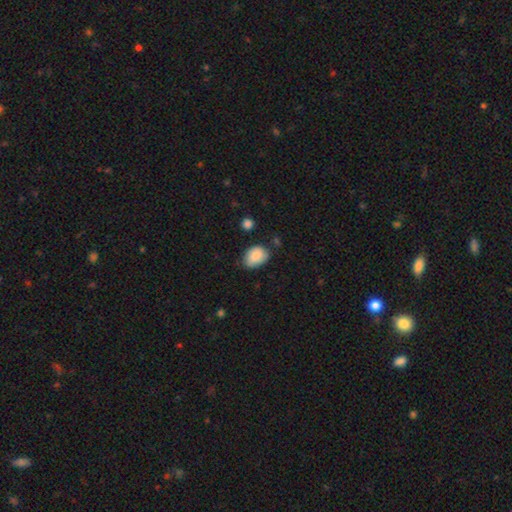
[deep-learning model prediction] smooth_or_featured: smooth (p=0.87) [alt: star or artifact p=0.07]
how_rounded: in between (p=0.76) [alt: round p=0.23]
merging: none (p=0.61) [alt: minor disturbance p=0.31]